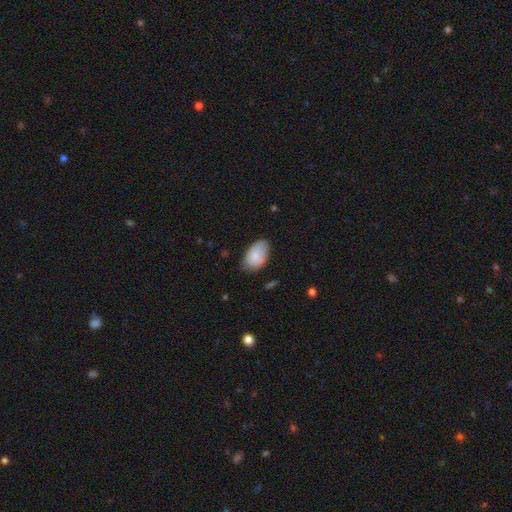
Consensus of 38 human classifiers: smooth_or_featured: smooth (p=0.89) [alt: star or artifact p=0.08]
how_rounded: in between (p=0.94) [alt: round p=0.06]
merging: minor disturbance (p=0.49) [alt: none p=0.43]